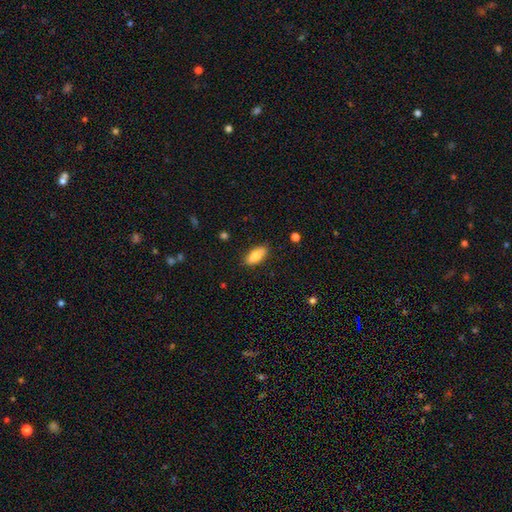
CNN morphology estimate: The model was most divided on "smooth or featured": smooth: 81%, featured or disk: 13%, star or artifact: 7%. More confident: merging — none (85%); how rounded — in between (83%).